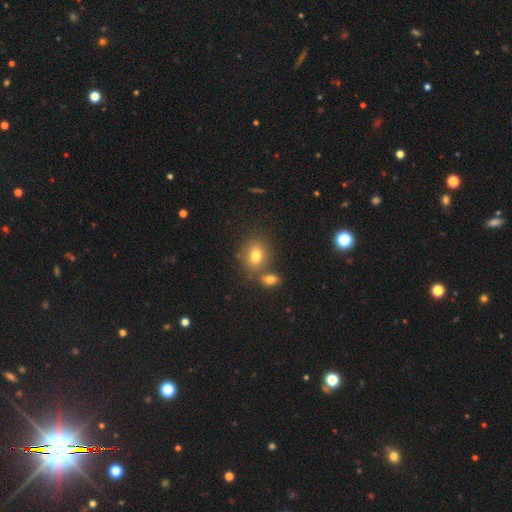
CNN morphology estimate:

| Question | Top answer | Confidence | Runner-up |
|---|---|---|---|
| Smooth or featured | smooth | 76% | star or artifact (13%) |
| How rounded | round | 56% | in between (42%) |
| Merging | none | 64% | merger (22%) |